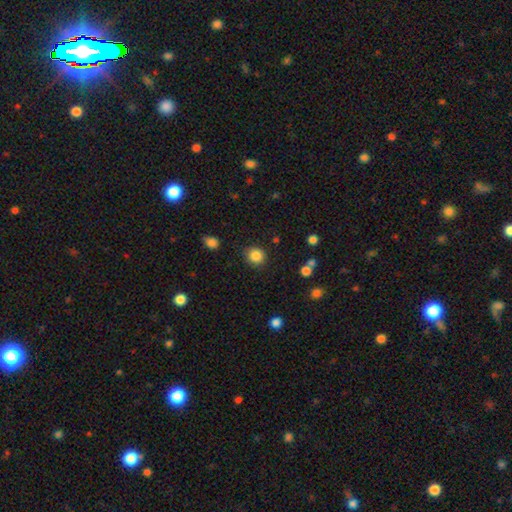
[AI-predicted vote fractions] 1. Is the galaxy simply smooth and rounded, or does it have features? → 86% smooth, 10% star or artifact, 4% featured or disk.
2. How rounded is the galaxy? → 89% round, 10% in between, 1% cigar-shaped.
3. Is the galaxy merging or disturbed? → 88% none, 8% minor disturbance, 3% major disturbance, 2% merger.